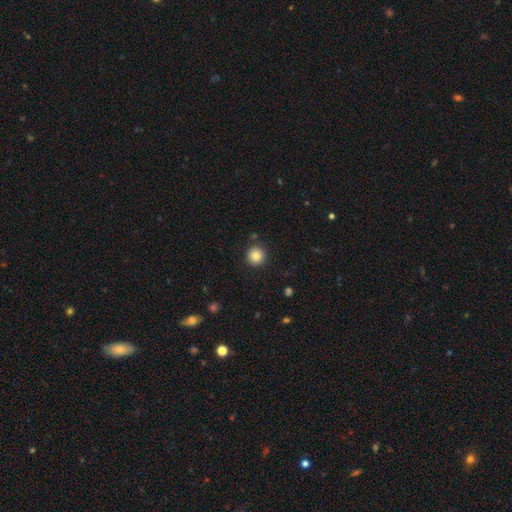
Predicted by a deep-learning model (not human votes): smooth_or_featured: smooth (p=0.84) [alt: star or artifact p=0.10]
how_rounded: round (p=0.94) [alt: in between p=0.05]
merging: none (p=0.90) [alt: minor disturbance p=0.06]